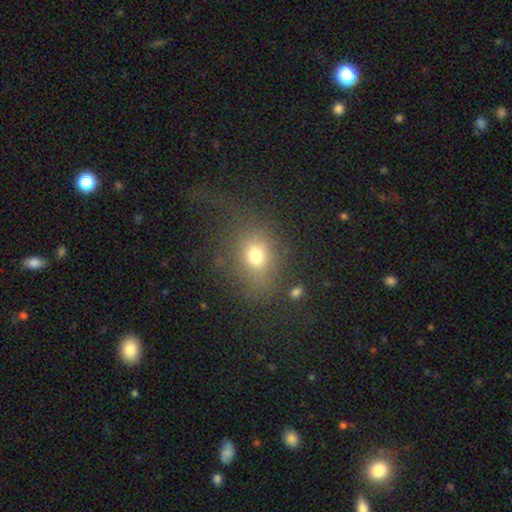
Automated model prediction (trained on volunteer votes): Overall: smooth (72%). How rounded: in between (52%; round 47%). Merging: none (60%; major disturbance 20%).